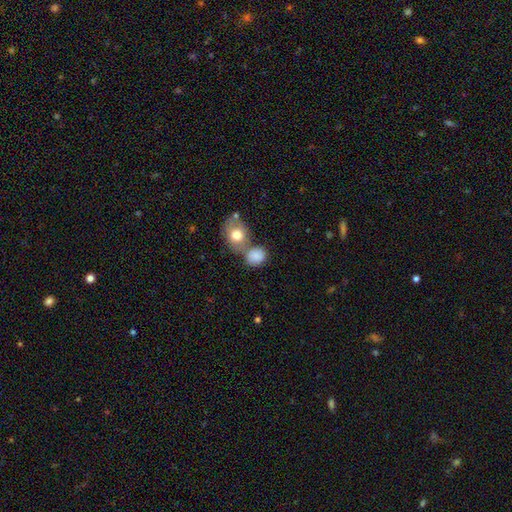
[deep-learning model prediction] Morphology: type=smooth (82%); roundness=round (61%); merging=merger (43%).